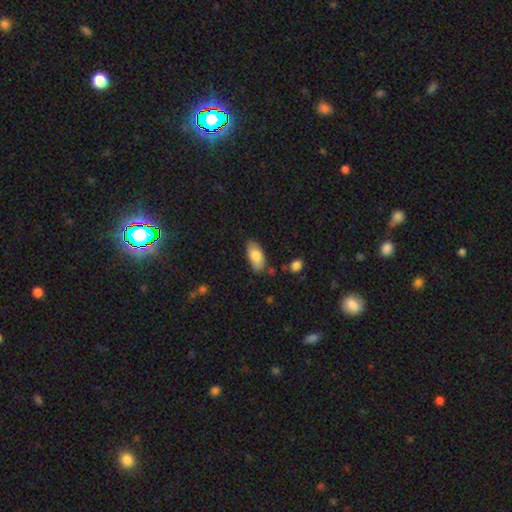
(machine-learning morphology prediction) Smooth or featured: smooth — 79% (featured or disk — 15%)
How rounded: in between — 89% (cigar-shaped — 8%)
Merging: none — 75% (minor disturbance — 18%)